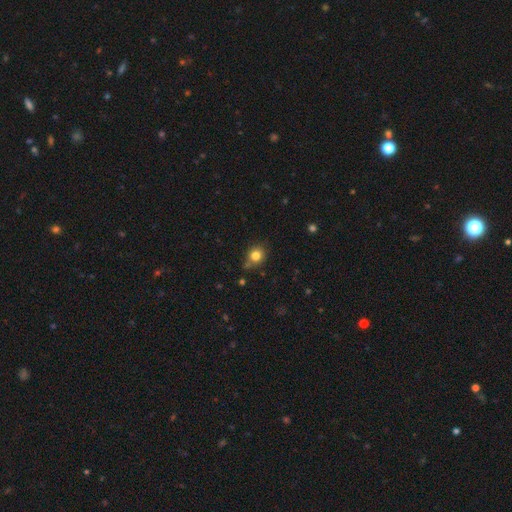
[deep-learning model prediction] Smooth or featured? Predicted: smooth (p=0.81). How rounded? Predicted: round (p=0.79). Merging? Predicted: none (p=0.75).